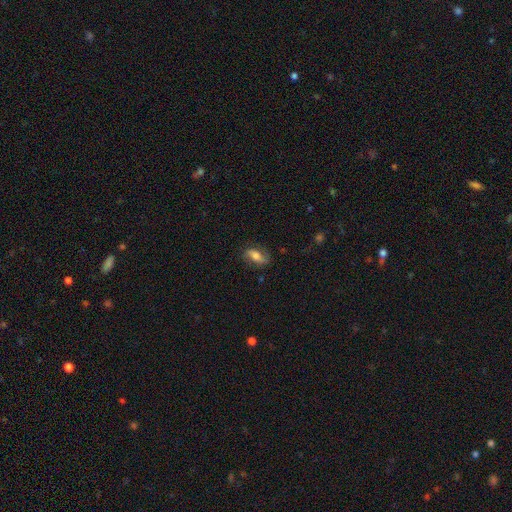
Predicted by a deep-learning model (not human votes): This appears to be a smooth galaxy with no disk features (50%). Merging: none (74%).